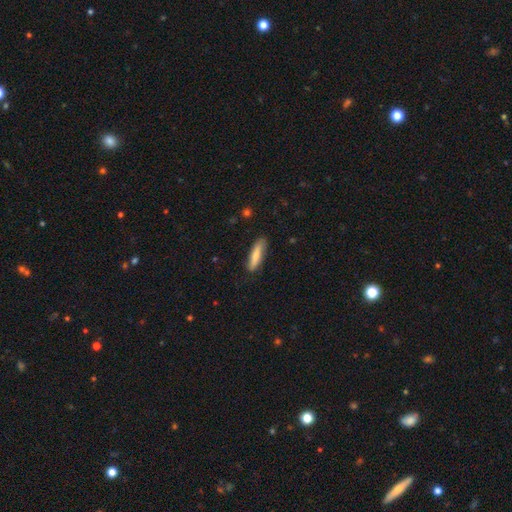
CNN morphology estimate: A smooth galaxy with no disk features (76%) that is cigar-shaped (75%).

Vote fractions:
- Smooth or featured? smooth: 76% / featured or disk: 19% / star or artifact: 6%
- How rounded? cigar-shaped: 75% / in between: 24% / round: 2%
- Merging? none: 83% / minor disturbance: 14% / major disturbance: 3% / merger: 1%